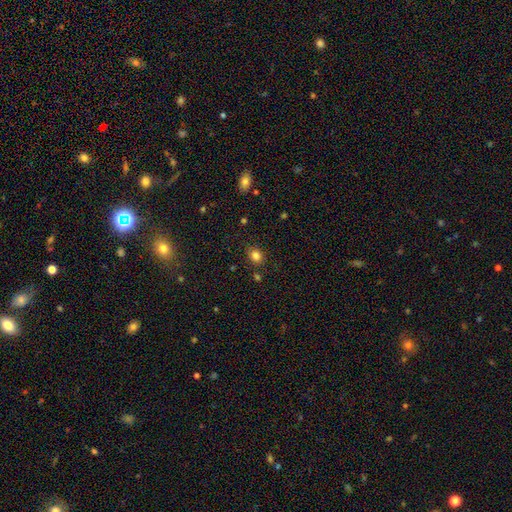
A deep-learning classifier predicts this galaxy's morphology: Smooth or featured: smooth — 82% (star or artifact — 13%)
How rounded: round — 60% (in between — 39%)
Merging: none — 83% (minor disturbance — 11%)